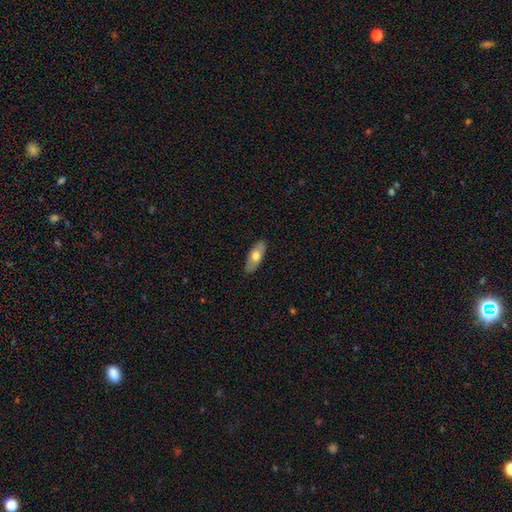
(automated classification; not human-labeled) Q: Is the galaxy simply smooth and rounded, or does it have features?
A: smooth — 63%.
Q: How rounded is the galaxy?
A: in between — 82%.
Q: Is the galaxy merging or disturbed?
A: none — 87%.